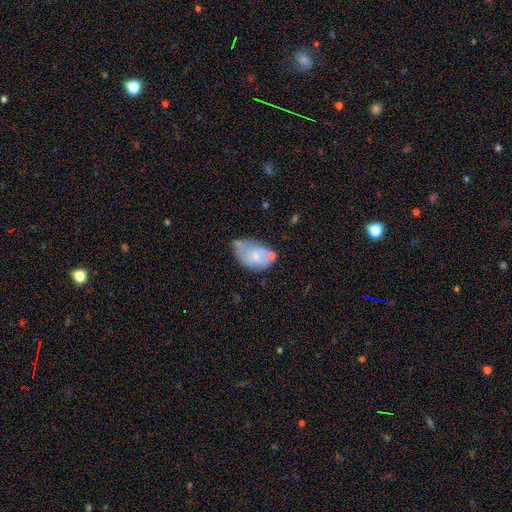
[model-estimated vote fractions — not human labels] Smooth or featured? smooth (55%)
How rounded? in between (87%)
Merging? minor disturbance (36%)